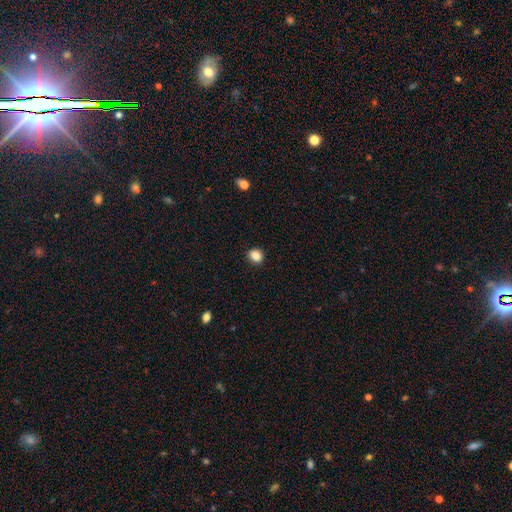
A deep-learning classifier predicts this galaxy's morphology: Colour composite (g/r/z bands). It shows a smooth galaxy with no disk features (87%) that is round (67%). Merging: none (91%).